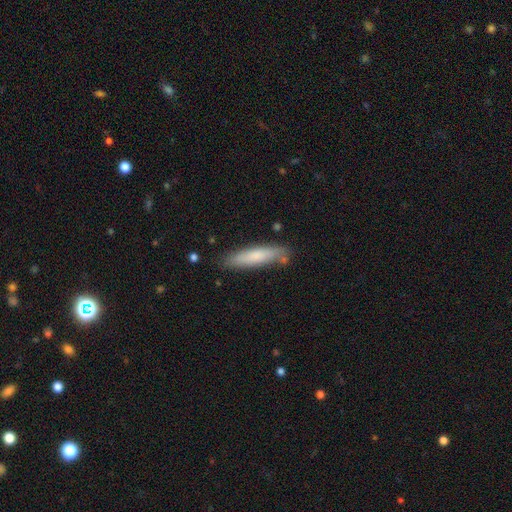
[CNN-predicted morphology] Smooth or featured?
  - smooth: 73% *
  - featured or disk: 21%
  - star or artifact: 6%
How rounded?
  - cigar-shaped: 81% *
  - in between: 17%
  - round: 1%
Merging?
  - none: 80% *
  - minor disturbance: 14%
  - merger: 3%
  - major disturbance: 2%